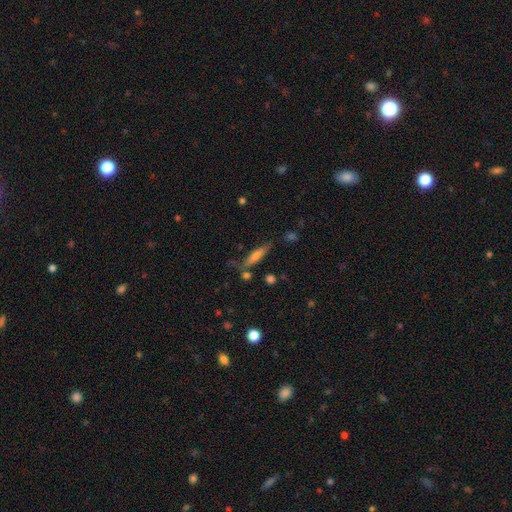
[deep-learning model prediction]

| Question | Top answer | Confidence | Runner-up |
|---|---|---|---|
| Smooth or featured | smooth | 47% | featured or disk (43%) |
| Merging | none | 70% | minor disturbance (17%) |